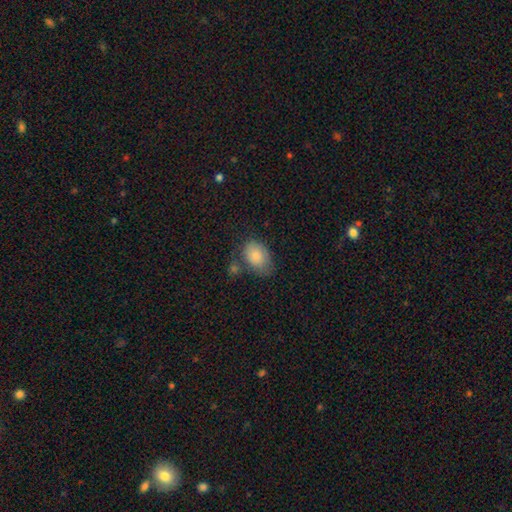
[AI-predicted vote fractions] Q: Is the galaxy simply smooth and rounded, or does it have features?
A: smooth — 84%.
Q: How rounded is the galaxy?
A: in between — 87%.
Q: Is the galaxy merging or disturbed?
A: none — 54%.